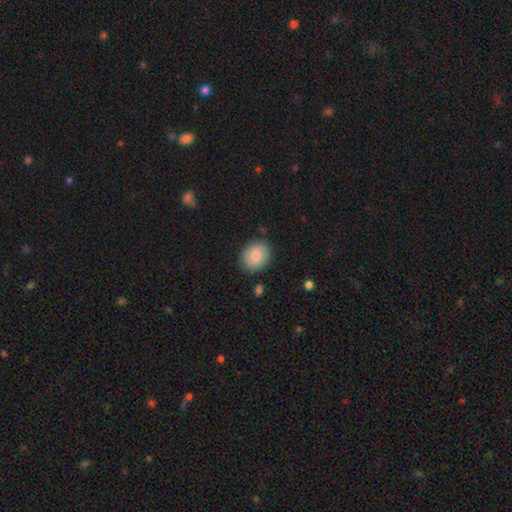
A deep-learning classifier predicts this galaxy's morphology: A smooth galaxy with no disk features (83%) that is round (66%). Merging: none (85%).